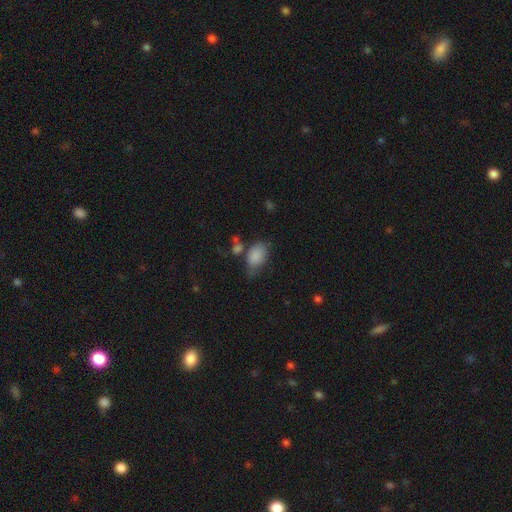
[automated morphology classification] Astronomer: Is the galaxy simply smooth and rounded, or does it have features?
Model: smooth — 85%.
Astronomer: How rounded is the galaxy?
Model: in between — 86%.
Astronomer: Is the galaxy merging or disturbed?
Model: none — 48% (runner-up: minor disturbance, 30%).